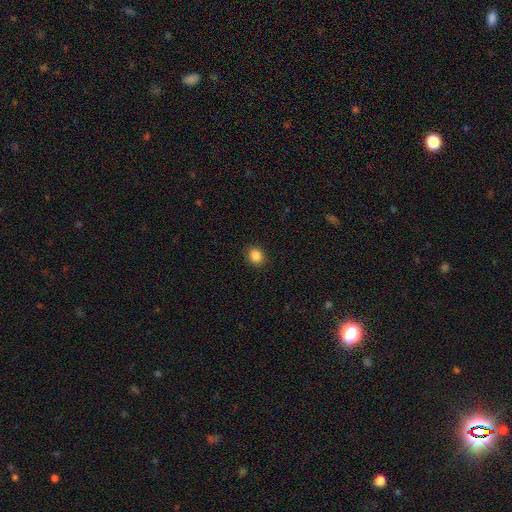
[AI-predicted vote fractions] Smooth or featured: smooth — 86% (star or artifact — 10%)
How rounded: round — 67% (in between — 32%)
Merging: none — 89% (minor disturbance — 8%)